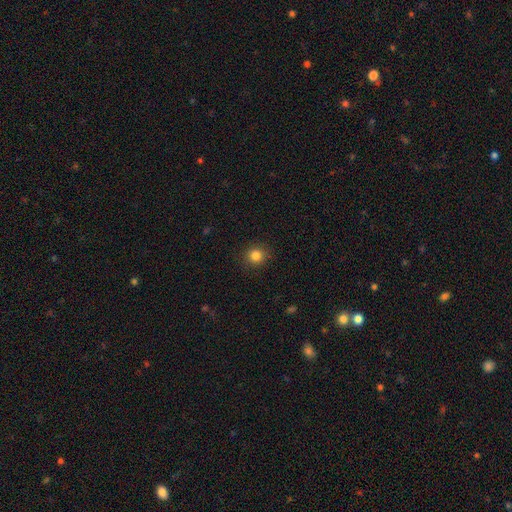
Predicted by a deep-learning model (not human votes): This is clearly a smooth galaxy (84%). How rounded: clearly round (90%). Merging: clearly none (90%).